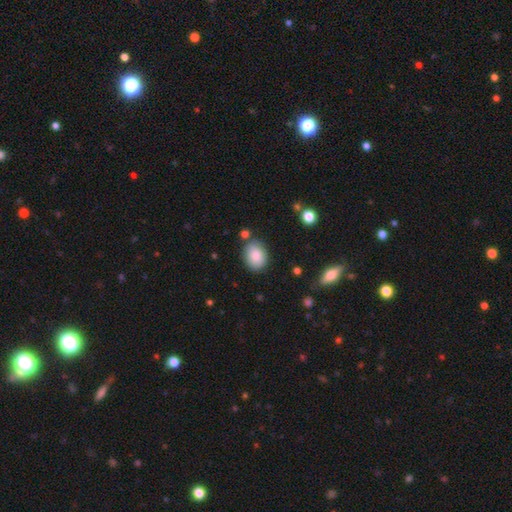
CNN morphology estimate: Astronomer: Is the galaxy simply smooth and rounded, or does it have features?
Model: smooth — 85%.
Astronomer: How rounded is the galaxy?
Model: in between — 65%.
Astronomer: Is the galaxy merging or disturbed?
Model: none — 80%.